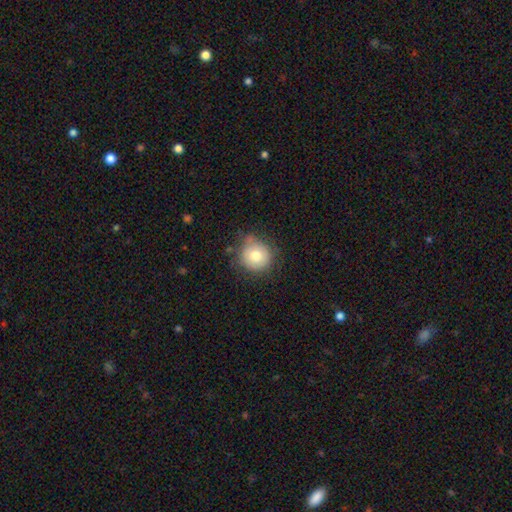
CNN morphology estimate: Smooth or featured? Predicted: smooth (p=0.73). How rounded? Predicted: round (p=0.91). Merging? Predicted: none (p=0.73).